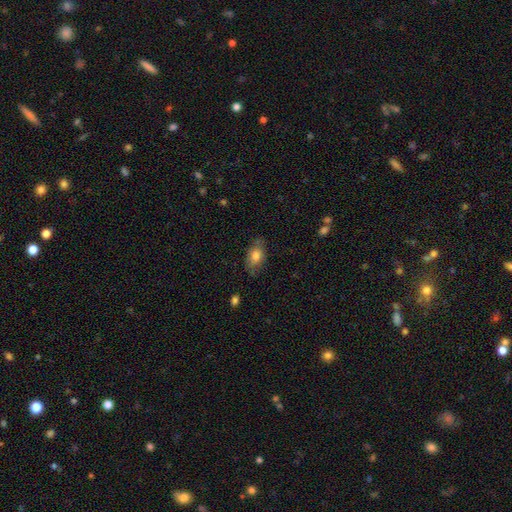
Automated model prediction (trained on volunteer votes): A smooth galaxy with no disk features (76%) that is in between round and cigar-shaped (86%). Merging: none (72%).